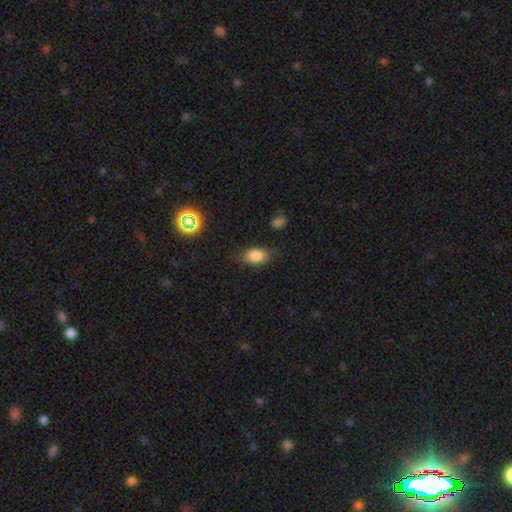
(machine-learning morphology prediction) Smooth or featured?
  - smooth: 80% *
  - star or artifact: 11%
  - featured or disk: 9%
How rounded?
  - in between: 83% *
  - round: 13%
  - cigar-shaped: 4%
Merging?
  - none: 75% *
  - minor disturbance: 18%
  - major disturbance: 5%
  - merger: 2%